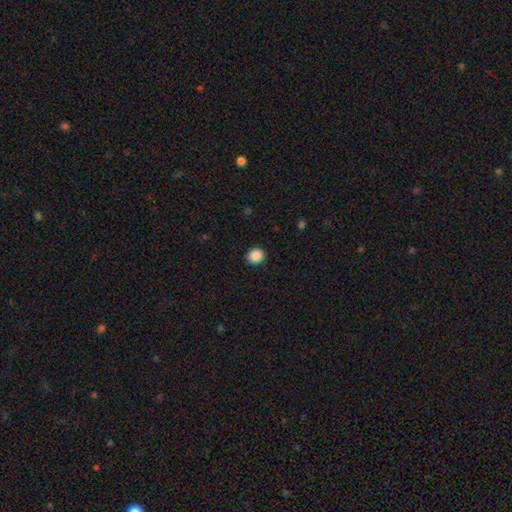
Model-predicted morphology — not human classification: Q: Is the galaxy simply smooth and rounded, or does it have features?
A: smooth — 89%.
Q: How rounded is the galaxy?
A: round — 77%.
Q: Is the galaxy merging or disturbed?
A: none — 90%.